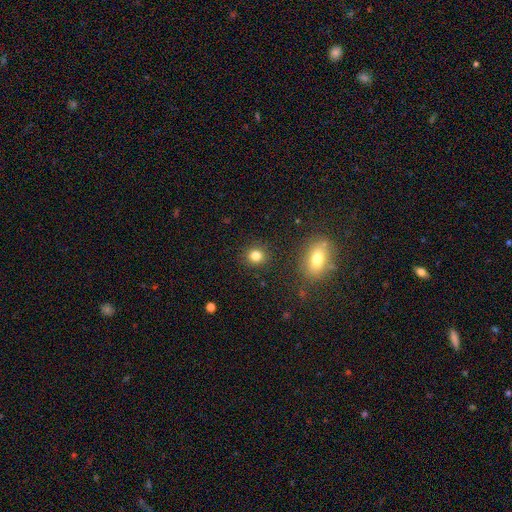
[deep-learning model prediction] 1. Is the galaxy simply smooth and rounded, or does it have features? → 82% smooth, 12% star or artifact, 6% featured or disk.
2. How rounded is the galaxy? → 85% round, 14% in between, 1% cigar-shaped.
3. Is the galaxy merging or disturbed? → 89% none, 6% minor disturbance, 2% major disturbance, 2% merger.